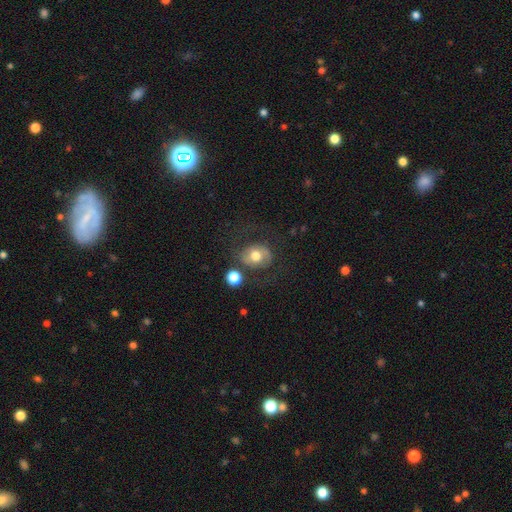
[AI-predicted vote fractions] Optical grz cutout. It shows a smooth galaxy with no disk features (55%) that is round (62%). Merging: none (59%).